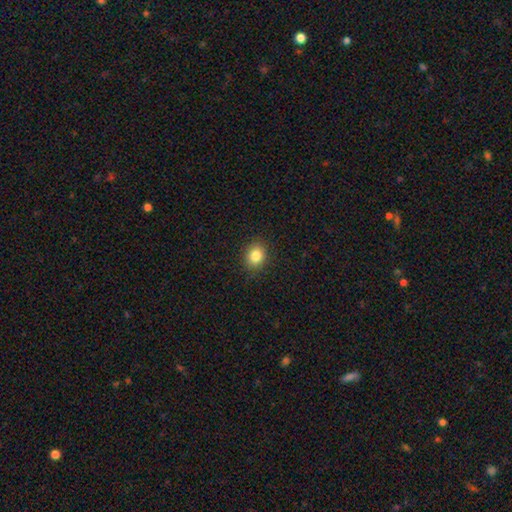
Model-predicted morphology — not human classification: A smooth galaxy with no disk features (84%) that is round (63%). Merging: none (89%).